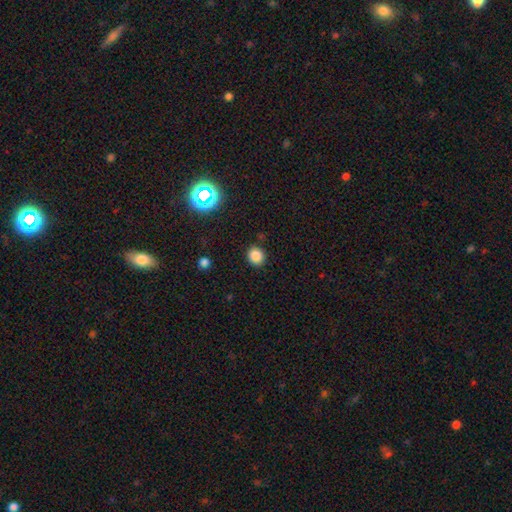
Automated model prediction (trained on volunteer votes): Smooth or featured? smooth (82%)
How rounded? round (80%)
Merging? none (87%)